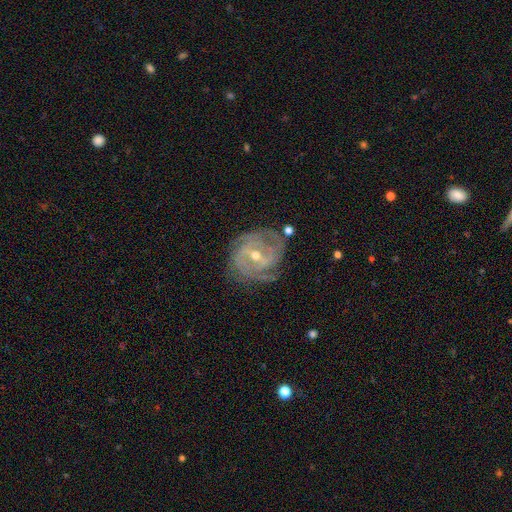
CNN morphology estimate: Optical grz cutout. It shows a featured or disk galaxy (88%) with a weak bar (49%), 3 (34%) tight (61%) spiral arms (96%) and a moderate central bulge (49%). Merging: none (69%).